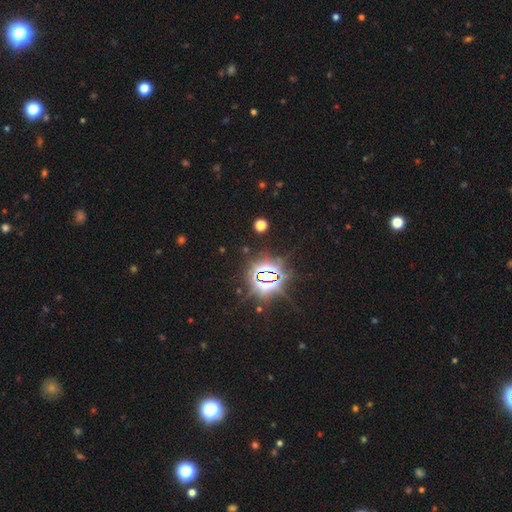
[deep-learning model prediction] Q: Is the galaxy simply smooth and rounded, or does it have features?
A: star or artifact — 84%.